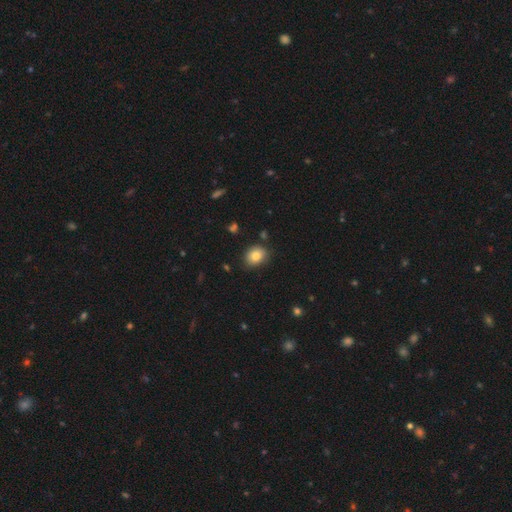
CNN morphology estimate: smooth_or_featured: smooth (p=0.82) [alt: star or artifact p=0.09]
how_rounded: in between (p=0.57) [alt: round p=0.42]
merging: none (p=0.81) [alt: minor disturbance p=0.14]